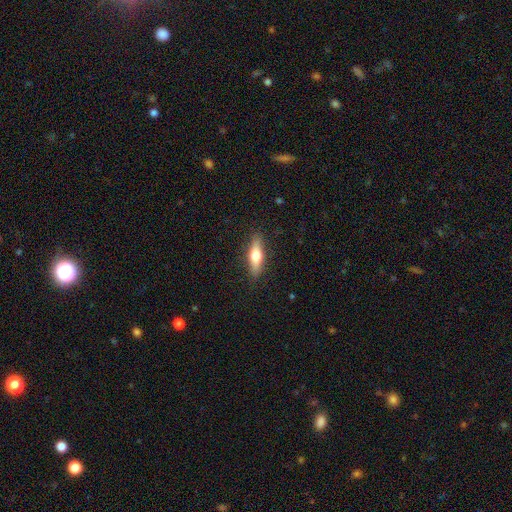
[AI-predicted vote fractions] smooth 57%, featured or disk 37%, star or artifact 6%. Down the decision tree: how rounded — cigar-shaped (59%); merging — none (87%).